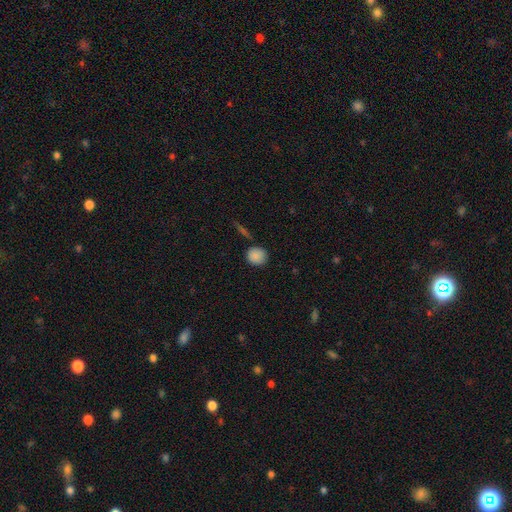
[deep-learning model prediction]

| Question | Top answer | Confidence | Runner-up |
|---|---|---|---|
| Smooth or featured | smooth | 87% | star or artifact (9%) |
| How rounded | round | 85% | in between (14%) |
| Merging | none | 81% | minor disturbance (12%) |